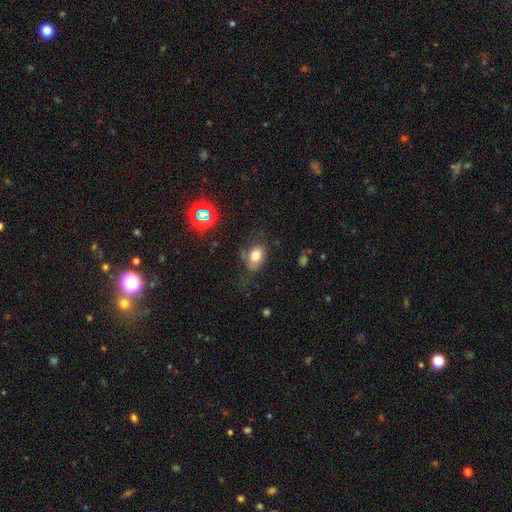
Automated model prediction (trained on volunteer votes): Smooth or featured: smooth — 74% (featured or disk — 13%)
How rounded: in between — 76% (round — 22%)
Merging: none — 62% (minor disturbance — 24%)